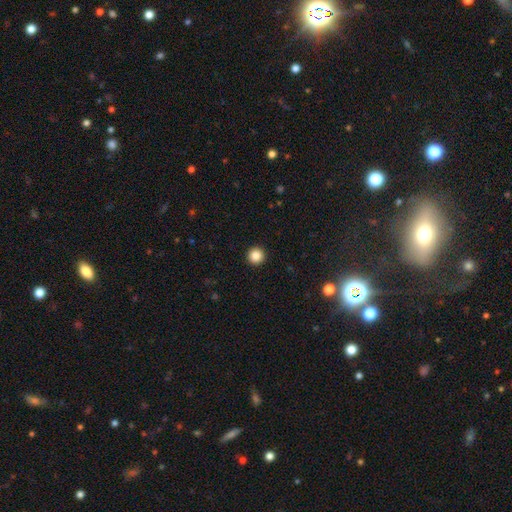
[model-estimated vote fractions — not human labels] Q: Smooth or featured?
A: smooth (86%); runner-up: star or artifact (10%)
Q: How rounded?
A: round (97%); runner-up: in between (2%)
Q: Merging?
A: none (94%); runner-up: minor disturbance (4%)